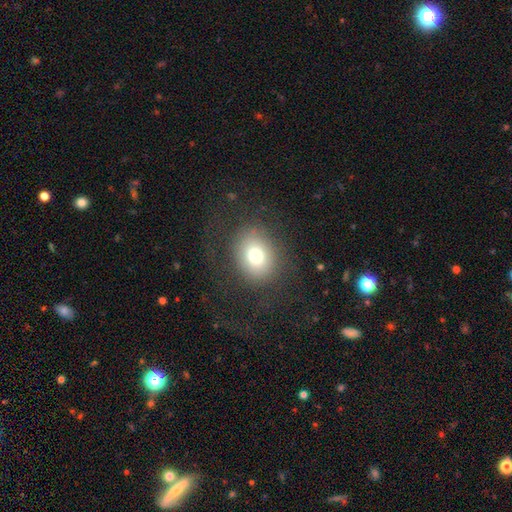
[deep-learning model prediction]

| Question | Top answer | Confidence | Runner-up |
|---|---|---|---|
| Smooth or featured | smooth | 73% | featured or disk (15%) |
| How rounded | round | 54% | in between (45%) |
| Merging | none | 76% | minor disturbance (12%) |